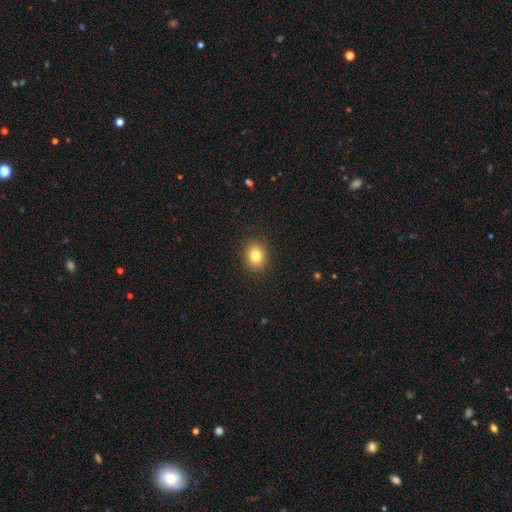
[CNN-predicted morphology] Smooth or featured? Predicted: smooth (p=0.81). How rounded? Predicted: round (p=0.66). Merging? Predicted: none (p=0.90).